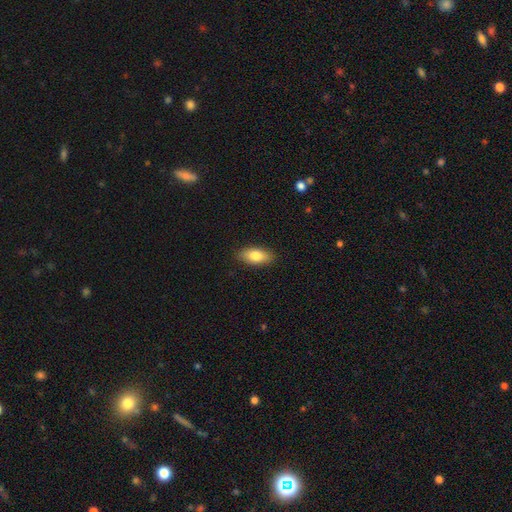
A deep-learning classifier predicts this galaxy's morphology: Smooth or featured: smooth — 82% (featured or disk — 12%)
How rounded: in between — 87% (cigar-shaped — 10%)
Merging: none — 88% (minor disturbance — 9%)